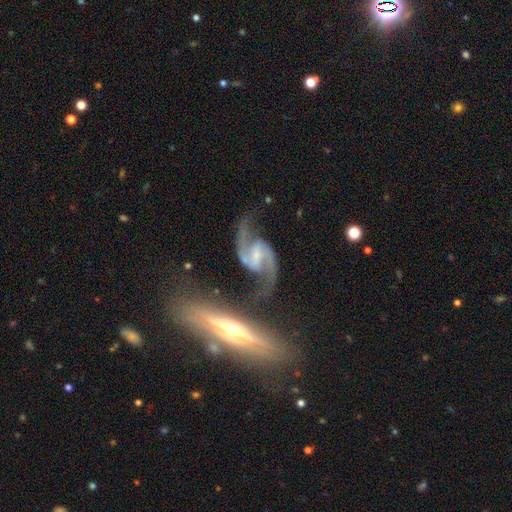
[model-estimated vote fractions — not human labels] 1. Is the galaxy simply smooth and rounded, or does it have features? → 93% featured or disk, 4% star or artifact, 3% smooth.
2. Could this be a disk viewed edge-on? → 97% no, 3% yes.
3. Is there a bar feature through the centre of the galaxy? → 46% weak, 34% strong, 20% no.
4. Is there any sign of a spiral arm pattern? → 98% yes, 2% no.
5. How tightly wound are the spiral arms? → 49% loose, 42% medium, 8% tight.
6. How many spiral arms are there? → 94% 2, 1% can't tell, 1% 1, 1% 3, 1% 4, 1% more than 4.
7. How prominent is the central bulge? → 53% small, 23% moderate, 19% none, 3% large, 1% dominant.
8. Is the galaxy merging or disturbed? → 66% none, 15% minor disturbance, 10% merger, 9% major disturbance.